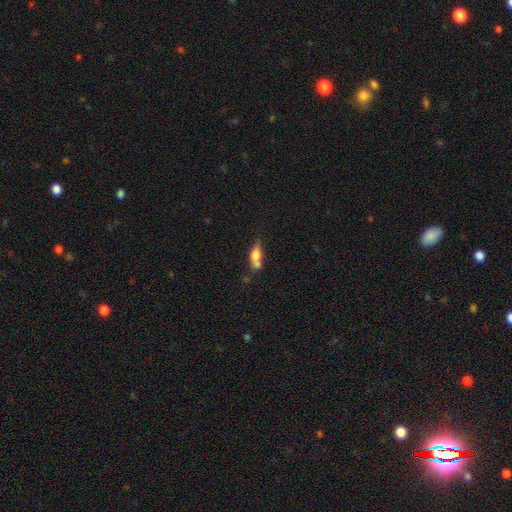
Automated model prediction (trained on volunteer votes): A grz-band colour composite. It shows a smooth galaxy with no disk features (59%) that is in between round and cigar-shaped (55%). Merging: none (40%).